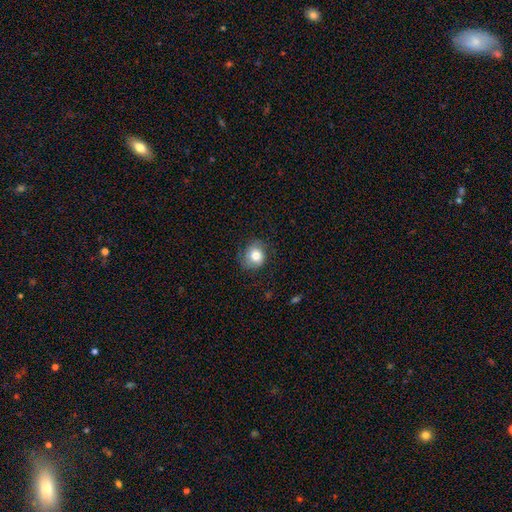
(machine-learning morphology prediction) Q: Smooth or featured?
A: smooth (80%); runner-up: featured or disk (12%)
Q: How rounded?
A: round (72%); runner-up: in between (28%)
Q: Merging?
A: none (71%); runner-up: minor disturbance (21%)